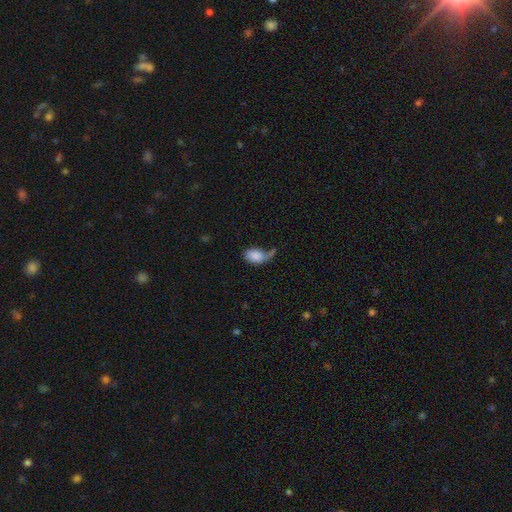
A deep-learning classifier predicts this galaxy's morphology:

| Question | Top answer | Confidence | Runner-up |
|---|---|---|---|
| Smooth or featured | smooth | 81% | featured or disk (11%) |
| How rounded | in between | 86% | round (13%) |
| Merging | none | 35% | major disturbance (27%) |